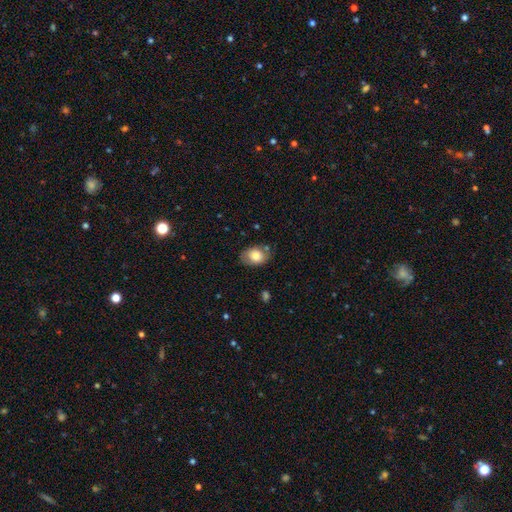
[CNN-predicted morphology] The model was most divided on "merging": none: 73%, minor disturbance: 19%, major disturbance: 5%, merger: 3%. More confident: how rounded — in between (78%); smooth or featured — smooth (76%).